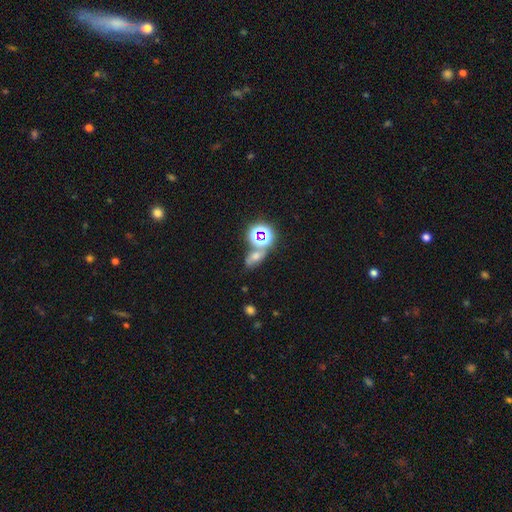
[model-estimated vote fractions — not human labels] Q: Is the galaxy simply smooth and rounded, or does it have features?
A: star or artifact — 45%.